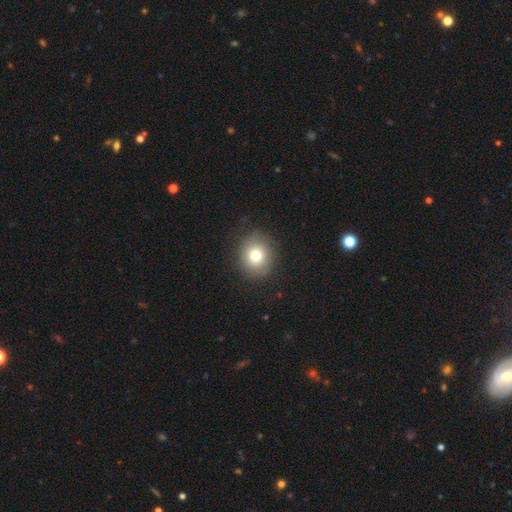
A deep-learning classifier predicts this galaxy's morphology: smooth-or-featured: smooth: 77% | star or artifact: 12% | featured or disk: 12%
  how-rounded: round: 78% | in between: 22% | cigar-shaped: 1%
  merging: none: 87% | minor disturbance: 9% | major disturbance: 3% | merger: 1%